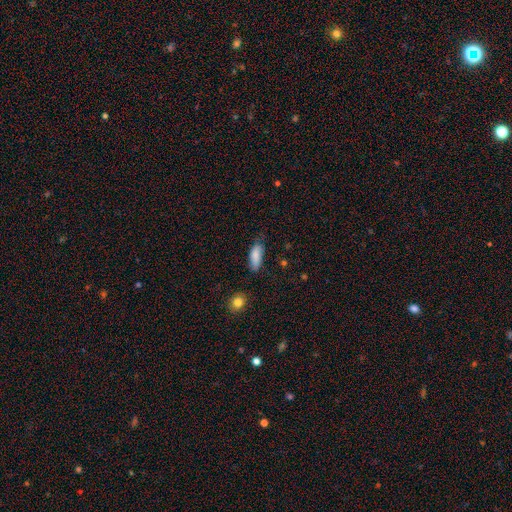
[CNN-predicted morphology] This is clearly a smooth galaxy (85%). How rounded: likely in between (71%). Merging: likely none (64%).